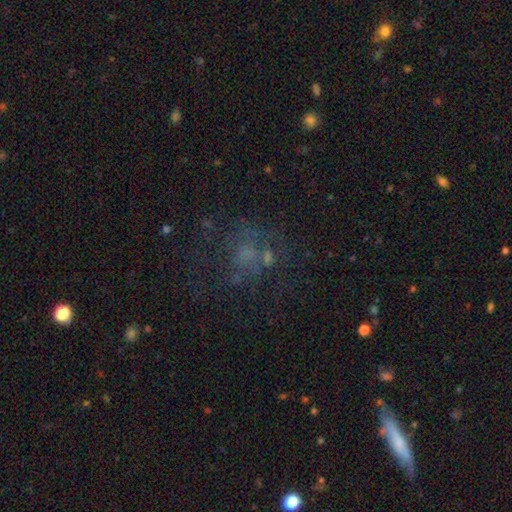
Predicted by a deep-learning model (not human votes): Smooth or featured: featured or disk — 37% (smooth — 33%)
Merging: none — 53% (major disturbance — 23%)